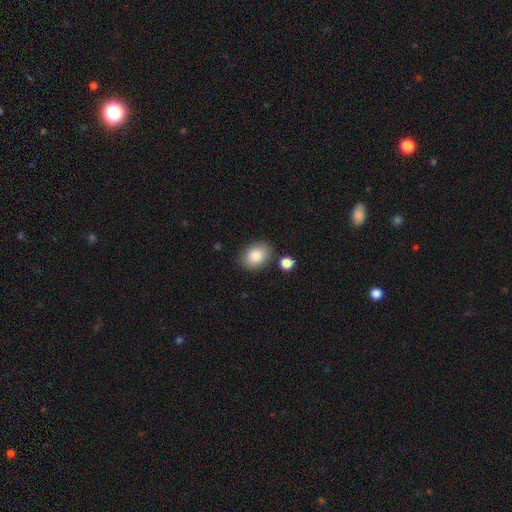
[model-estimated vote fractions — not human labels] Smooth or featured: smooth — 84% (featured or disk — 8%)
How rounded: in between — 75% (round — 24%)
Merging: none — 81% (minor disturbance — 11%)